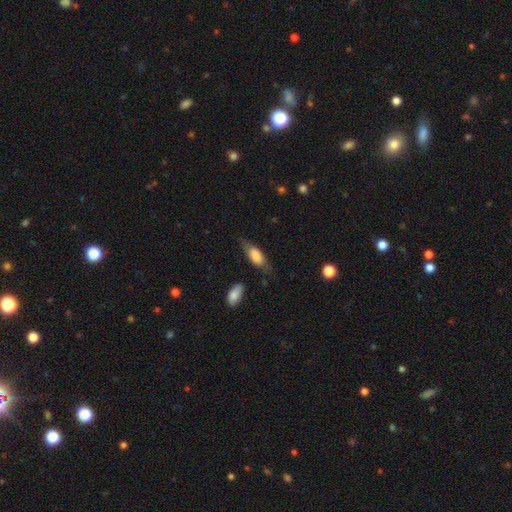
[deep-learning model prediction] Smooth or featured?
  - smooth: 72% *
  - featured or disk: 22%
  - star or artifact: 6%
How rounded?
  - in between: 74% *
  - cigar-shaped: 24%
  - round: 3%
Merging?
  - none: 67% *
  - minor disturbance: 22%
  - major disturbance: 8%
  - merger: 3%